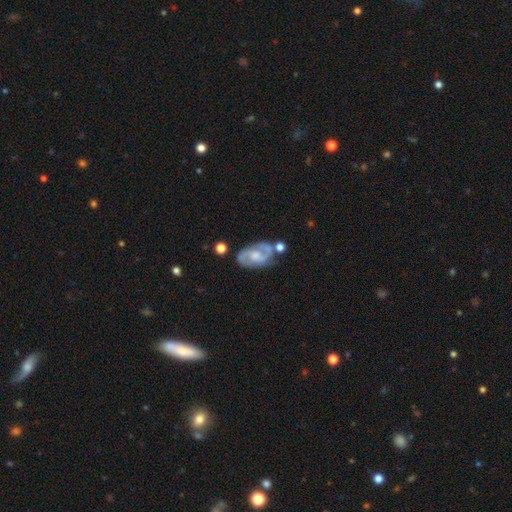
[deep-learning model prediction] A featured or disk galaxy (78%) with no bar (53%), 2 (82%) medium (50%) spiral arms (90%) and a moderate central bulge (46%).

Vote fractions:
- Smooth or featured? featured or disk: 78% / smooth: 16% / star or artifact: 5%
- Edge-on disk? no: 96% / yes: 4%
- Bar? no: 53% / weak: 38% / strong: 8%
- Spiral arms? yes: 90% / no: 10%
- Spiral winding? medium: 50% / tight: 34% / loose: 17%
- Spiral arm count? 2: 82% / can't tell: 9% / 3: 4% / 1: 3% / 4: 1% / more than 4: 1%
- Bulge size? moderate: 46% / small: 27% / large: 13% / none: 12% / dominant: 2%
- Merging? none: 63% / minor disturbance: 19% / merger: 10% / major disturbance: 7%